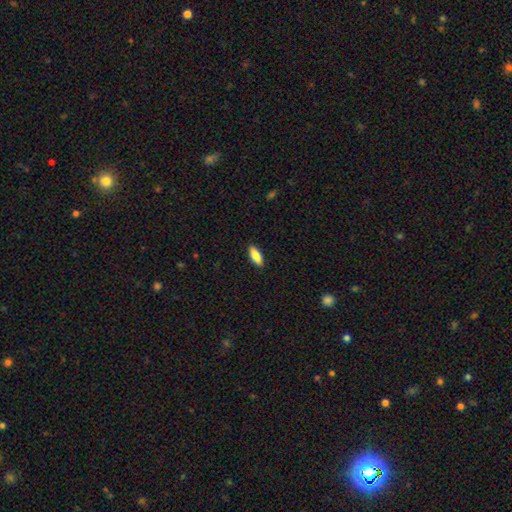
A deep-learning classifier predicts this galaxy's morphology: smooth_or_featured: smooth (p=0.85) [alt: featured or disk p=0.09]
how_rounded: in between (p=0.69) [alt: cigar-shaped p=0.29]
merging: none (p=0.89) [alt: minor disturbance p=0.08]